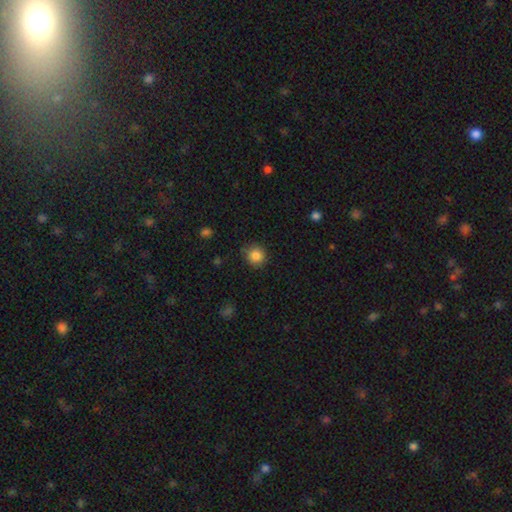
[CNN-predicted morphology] Smooth or featured? smooth (86%)
How rounded? round (89%)
Merging? none (83%)